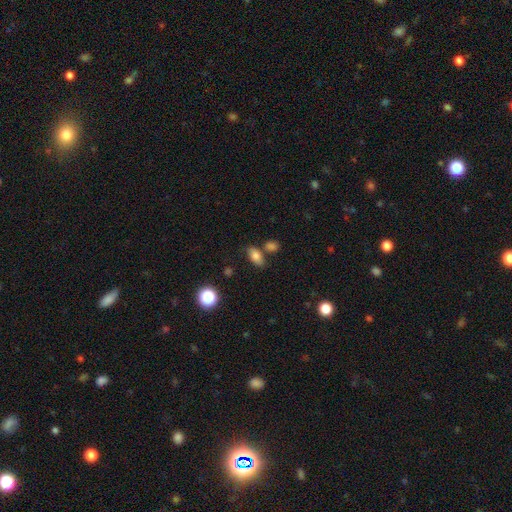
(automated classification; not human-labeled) smooth 77%, featured or disk 12%, star or artifact 11%. Down the decision tree: how rounded — in between (84%); merging — none (68%).